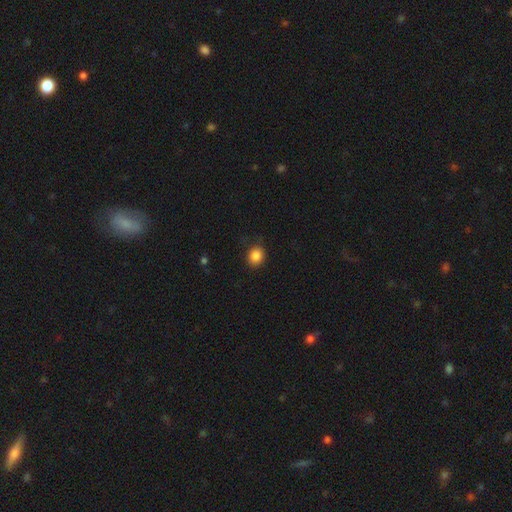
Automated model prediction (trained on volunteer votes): The model was most divided on "how rounded": round: 68%, in between: 31%, cigar-shaped: 1%. More confident: smooth or featured — smooth (86%); merging — none (83%).